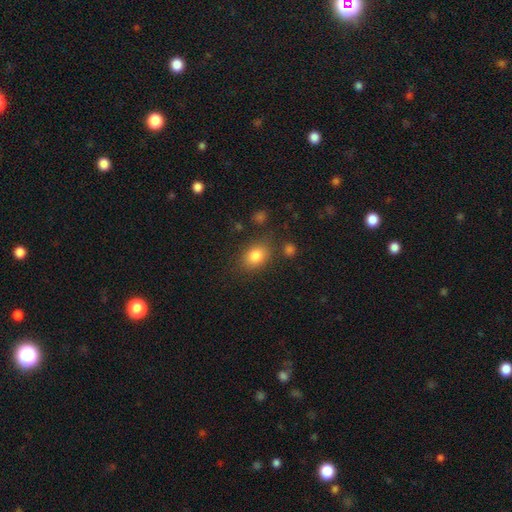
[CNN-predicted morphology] Smooth or featured?
  - smooth: 82% *
  - star or artifact: 10%
  - featured or disk: 8%
How rounded?
  - in between: 69% *
  - round: 29%
  - cigar-shaped: 1%
Merging?
  - none: 77% *
  - minor disturbance: 14%
  - merger: 5%
  - major disturbance: 5%